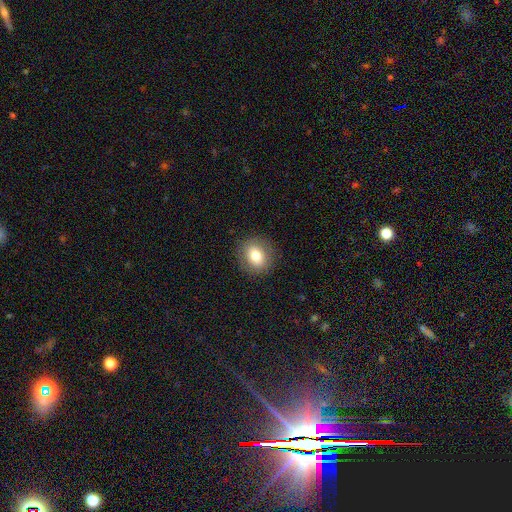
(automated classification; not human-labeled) This appears to be a smooth galaxy with no disk features (76%) that is round (73%). Merging: none (88%).